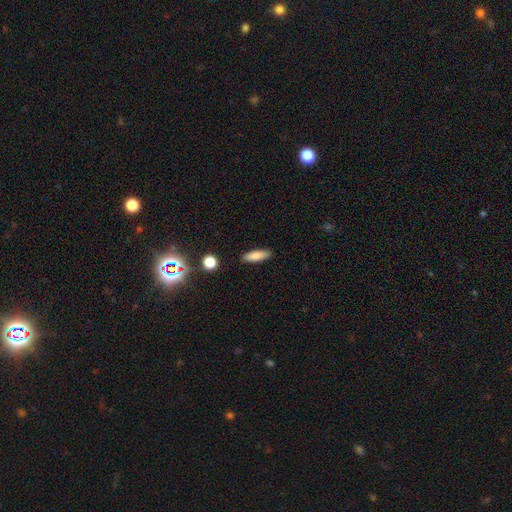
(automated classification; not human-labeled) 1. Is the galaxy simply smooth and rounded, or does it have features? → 81% smooth, 10% featured or disk, 8% star or artifact.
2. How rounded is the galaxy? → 51% cigar-shaped, 46% in between, 3% round.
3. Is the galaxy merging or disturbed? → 88% none, 8% minor disturbance, 2% major disturbance, 2% merger.